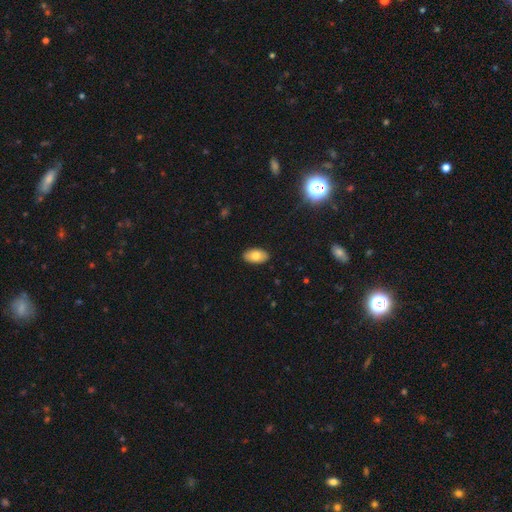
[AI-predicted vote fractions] Overall: smooth (77%). How rounded: in between (94%). Merging: none (89%).